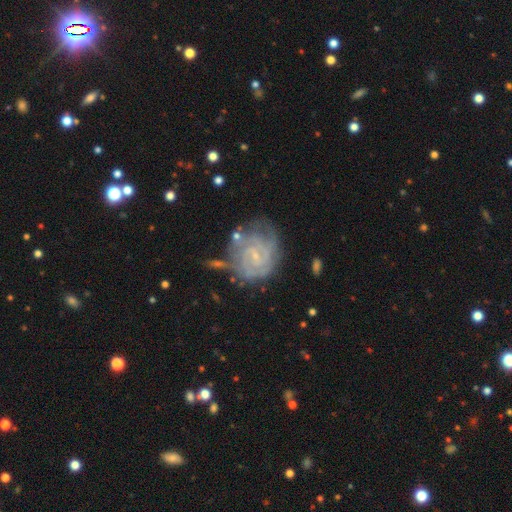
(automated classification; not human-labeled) This appears to be a featured or disk galaxy (83%) with a weak bar (51%), tight (68%) spiral arms (94%) and a small central bulge (76%). Merging: none (53%).